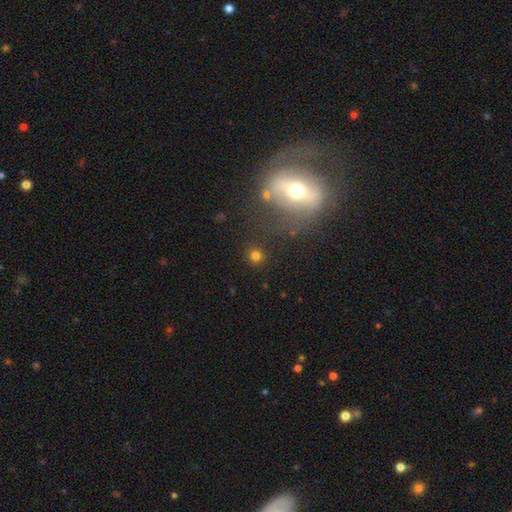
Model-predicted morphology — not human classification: This appears to be a smooth galaxy with no disk features (76%) that is round (92%). Merging: none (85%).